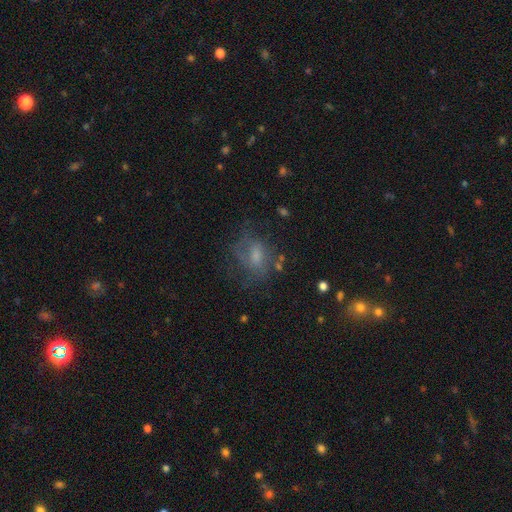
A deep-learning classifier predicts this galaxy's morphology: smooth_or_featured: smooth (p=0.44) [alt: featured or disk p=0.42]
merging: none (p=0.52) [alt: minor disturbance p=0.23]